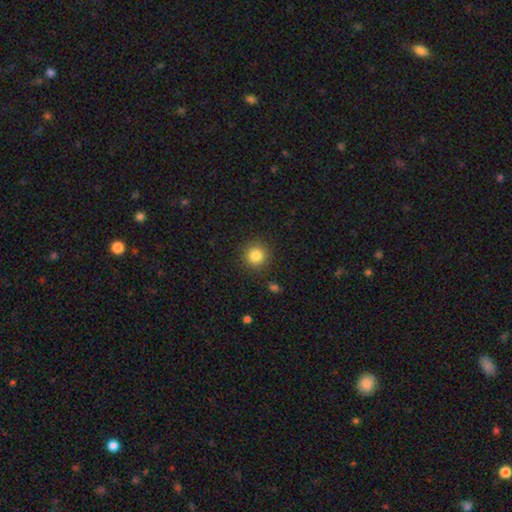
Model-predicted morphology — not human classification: A smooth galaxy with no disk features (84%) that is round (94%).

Vote fractions:
- Smooth or featured? smooth: 84% / star or artifact: 11% / featured or disk: 5%
- How rounded? round: 94% / in between: 5% / cigar-shaped: 1%
- Merging? none: 89% / minor disturbance: 7% / major disturbance: 2% / merger: 2%